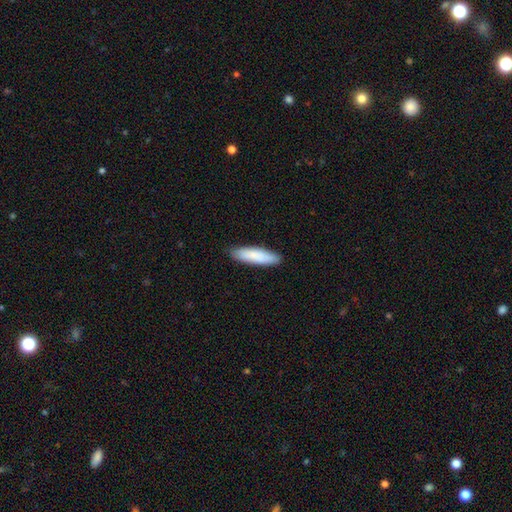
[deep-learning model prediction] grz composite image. It shows a smooth galaxy with no disk features (84%) that is cigar-shaped (65%). Merging: none (88%).